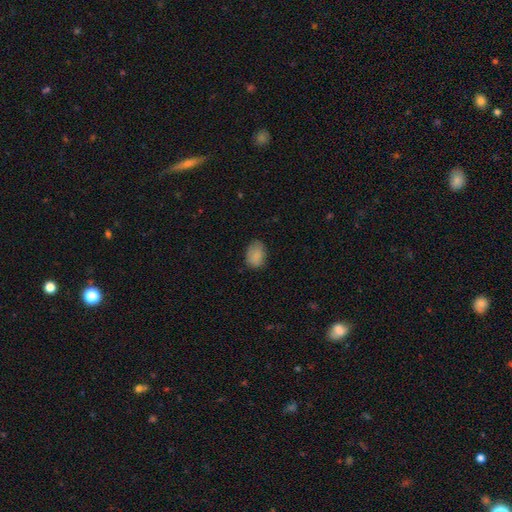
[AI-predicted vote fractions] smooth 85%, star or artifact 8%, featured or disk 7%. Down the decision tree: how rounded — in between (79%); merging — none (72%).